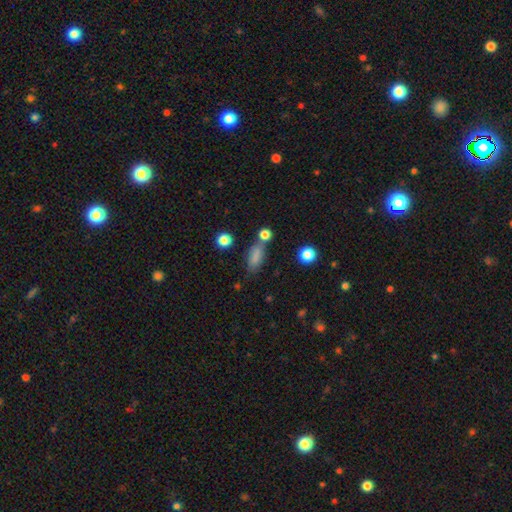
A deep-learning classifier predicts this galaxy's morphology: smooth 80%, star or artifact 11%, featured or disk 9%. Down the decision tree: how rounded — in between (72%); merging — none (61%).